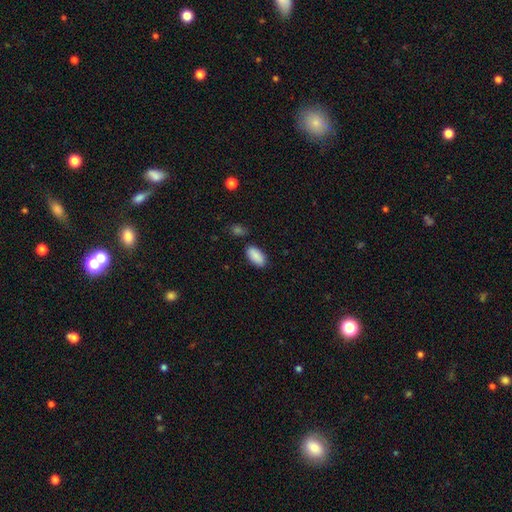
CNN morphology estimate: This is clearly a smooth galaxy (89%). How rounded: clearly in between (94%). Merging: clearly none (82%).